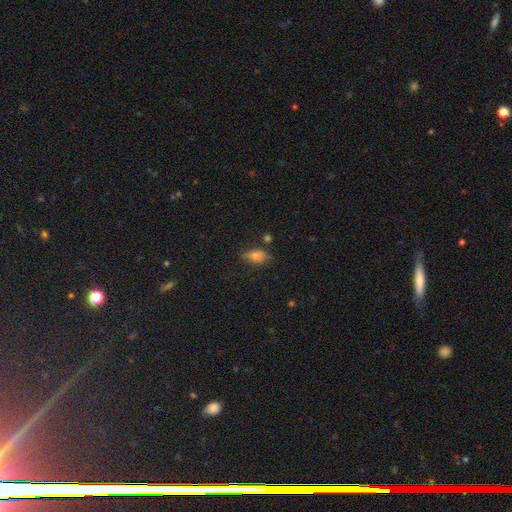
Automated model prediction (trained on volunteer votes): Q: Smooth or featured?
A: smooth (66%); runner-up: featured or disk (17%)
Q: How rounded?
A: in between (79%); runner-up: cigar-shaped (13%)
Q: Merging?
A: none (72%); runner-up: minor disturbance (19%)